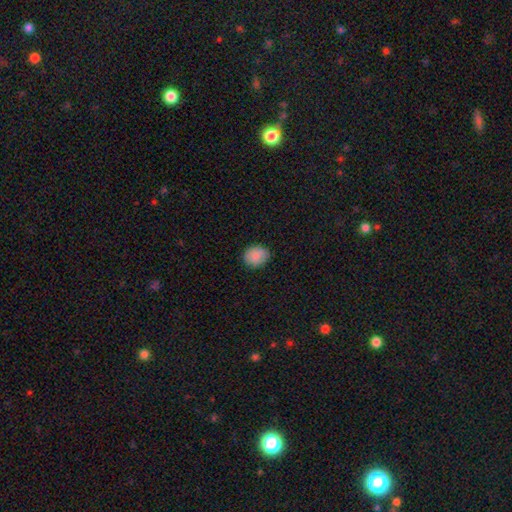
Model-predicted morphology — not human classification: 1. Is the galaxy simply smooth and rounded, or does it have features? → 87% smooth, 8% star or artifact, 4% featured or disk.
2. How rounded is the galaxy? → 62% round, 37% in between, 1% cigar-shaped.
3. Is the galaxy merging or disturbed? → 83% none, 13% minor disturbance, 3% major disturbance, 1% merger.